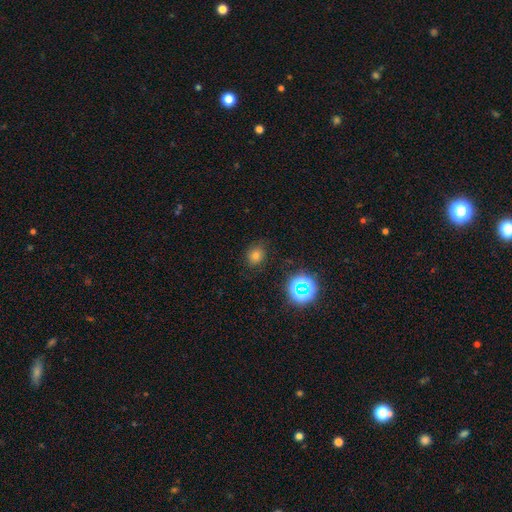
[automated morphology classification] This is likely a smooth galaxy (70%). How rounded: likely round (68%). Merging: clearly none (80%).